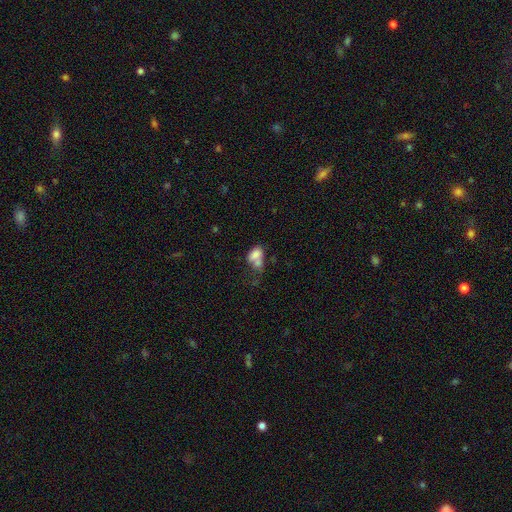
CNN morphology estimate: Overall: smooth (73%). How rounded: in between (81%). Merging: merger (50%; none 20%).